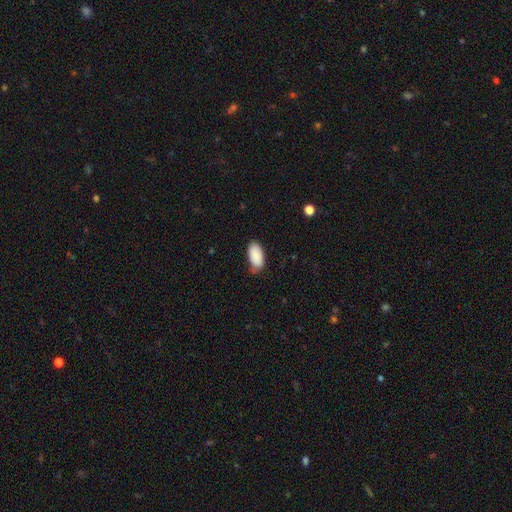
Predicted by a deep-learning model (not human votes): Smooth or featured? Predicted: smooth (p=0.88). How rounded? Predicted: in between (p=0.95). Merging? Predicted: none (p=0.69).